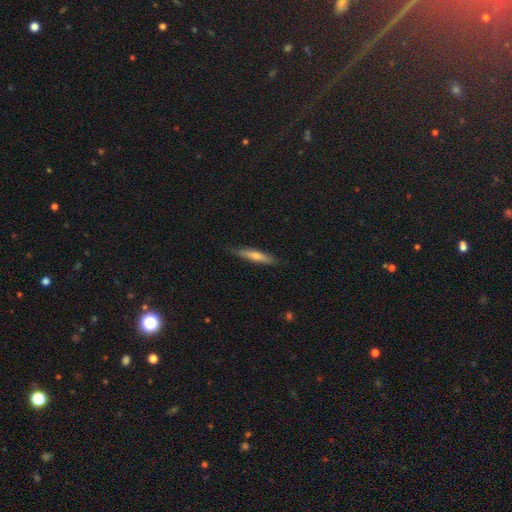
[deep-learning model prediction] The model was most divided on "smooth or featured": smooth: 54%, featured or disk: 40%, star or artifact: 6%. More confident: how rounded — cigar-shaped (89%); merging — none (78%).